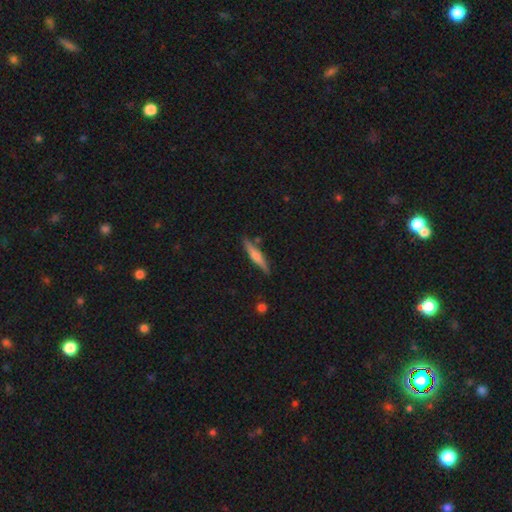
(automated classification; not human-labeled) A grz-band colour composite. It shows a featured or disk galaxy (48%). Merging: none (85%).